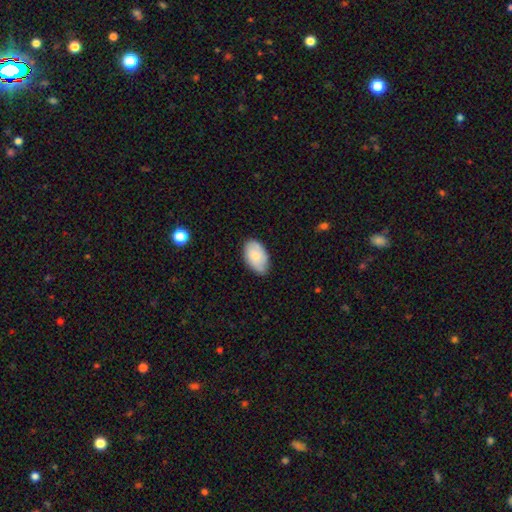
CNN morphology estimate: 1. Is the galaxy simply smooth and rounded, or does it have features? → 75% smooth, 19% featured or disk, 6% star or artifact.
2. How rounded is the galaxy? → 93% in between, 5% round, 1% cigar-shaped.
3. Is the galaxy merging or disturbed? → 79% none, 17% minor disturbance, 3% major disturbance, 1% merger.